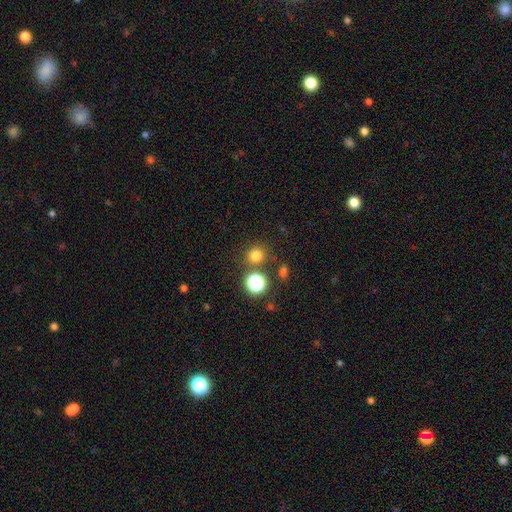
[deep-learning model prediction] A smooth galaxy with no disk features (76%) that is round (91%). Merging: none (80%).